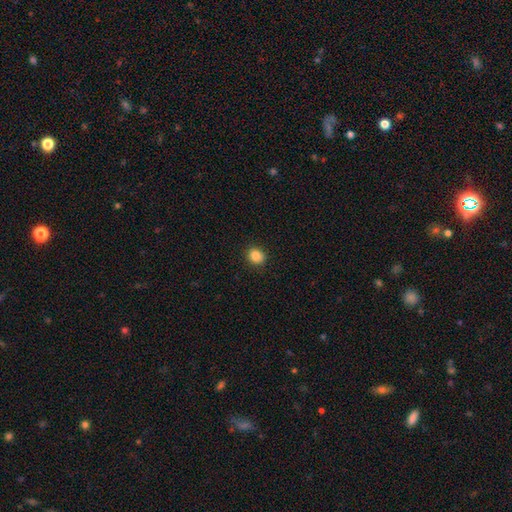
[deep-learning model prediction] Smooth or featured: smooth — 86% (star or artifact — 10%)
How rounded: round — 70% (in between — 29%)
Merging: none — 90% (minor disturbance — 7%)